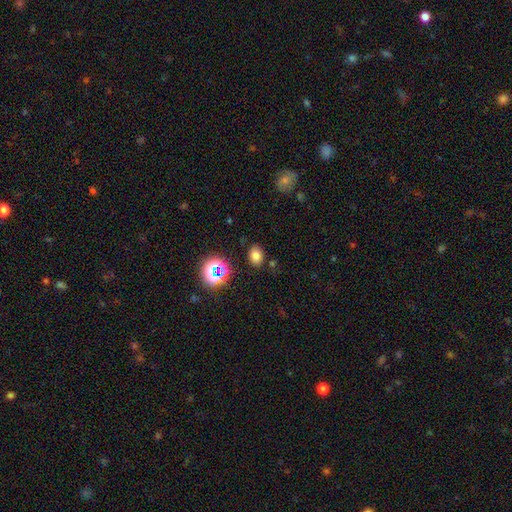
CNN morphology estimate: smooth-or-featured: smooth: 73% | star or artifact: 19% | featured or disk: 8%
  how-rounded: in between: 70% | round: 29% | cigar-shaped: 1%
  merging: none: 84% | minor disturbance: 10% | major disturbance: 3% | merger: 3%